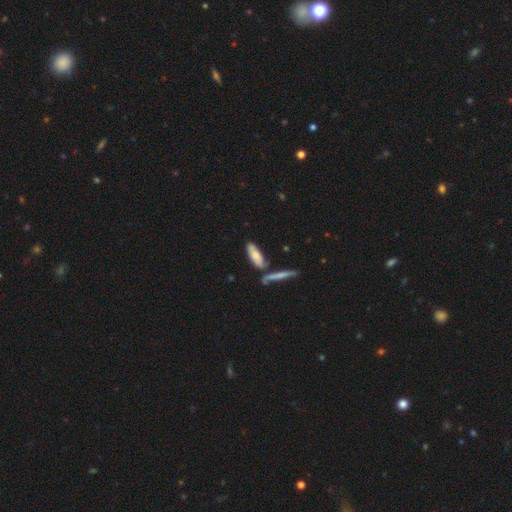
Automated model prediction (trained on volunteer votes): The model was most divided on "how rounded": in between: 51%, cigar-shaped: 47%, round: 2%. More confident: smooth or featured — smooth (75%); merging — none (61%).